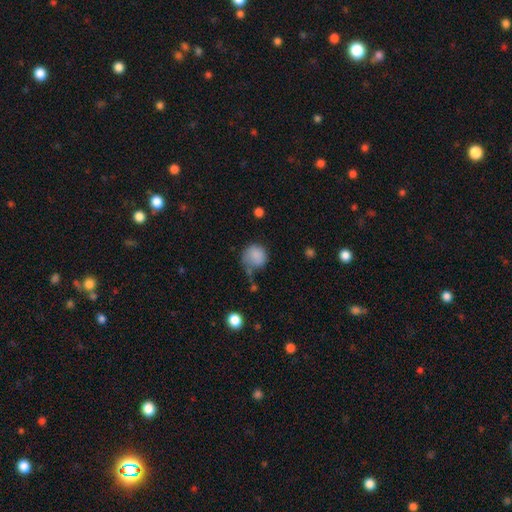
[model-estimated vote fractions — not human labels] Smooth or featured? smooth (82%)
How rounded? round (83%)
Merging? none (47%)